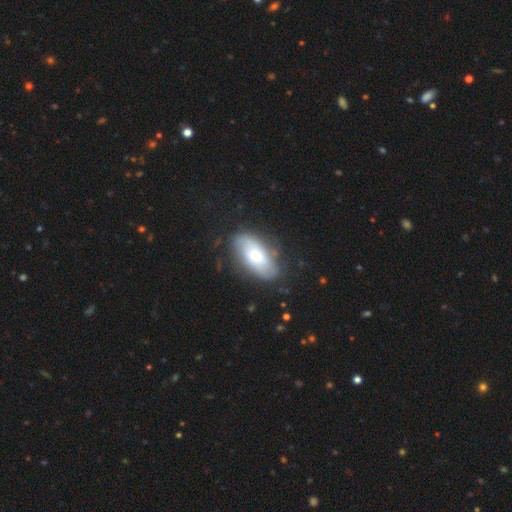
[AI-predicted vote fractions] Smooth or featured?
  - featured or disk: 54% *
  - smooth: 40%
  - star or artifact: 7%
Edge-on disk?
  - no: 92% *
  - yes: 8%
Merging?
  - none: 73% *
  - minor disturbance: 19%
  - major disturbance: 7%
  - merger: 2%